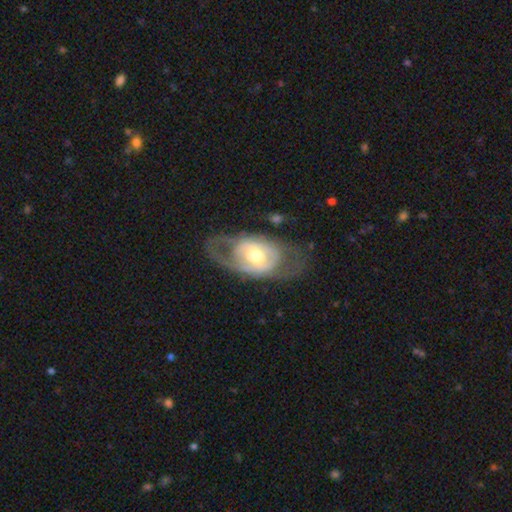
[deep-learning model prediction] Smooth or featured? Predicted: featured or disk (p=0.73). Edge-on disk? Predicted: no (p=0.92). Bar? Predicted: no (p=0.48). Spiral arms? Predicted: yes (p=0.56). Bulge size? Predicted: moderate (p=0.65). Merging? Predicted: none (p=0.56).